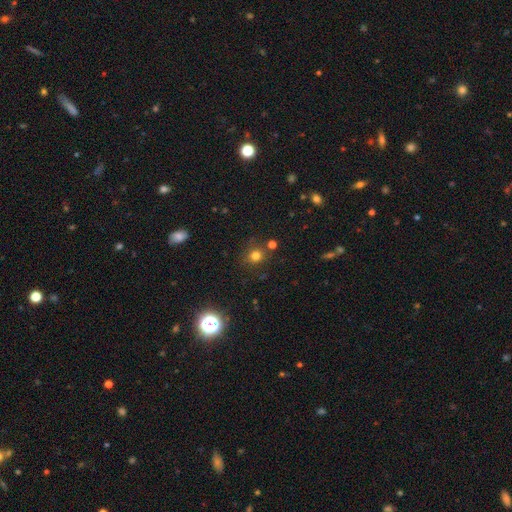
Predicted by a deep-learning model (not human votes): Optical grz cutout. It shows a smooth galaxy with no disk features (75%) that is round (87%). Merging: none (79%).